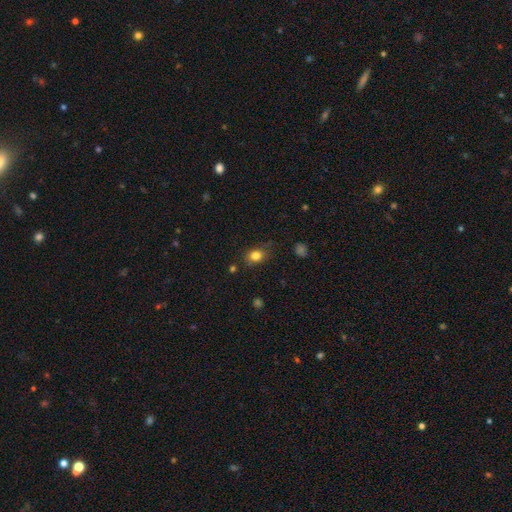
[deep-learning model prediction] Smooth or featured? Predicted: smooth (p=0.82). How rounded? Predicted: round (p=0.50). Merging? Predicted: none (p=0.75).